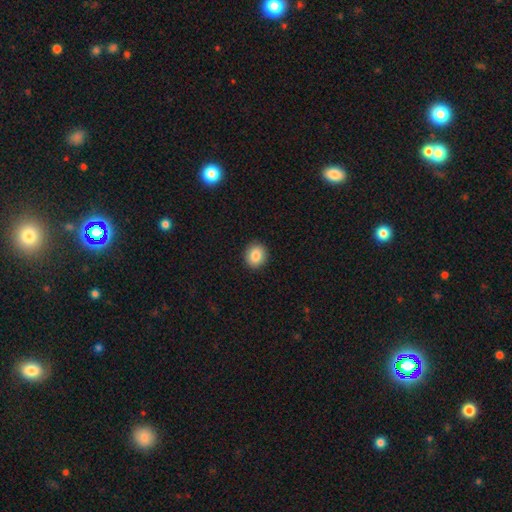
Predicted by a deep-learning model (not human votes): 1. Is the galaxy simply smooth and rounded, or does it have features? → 85% smooth, 9% star or artifact, 6% featured or disk.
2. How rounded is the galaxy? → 81% round, 18% in between, 1% cigar-shaped.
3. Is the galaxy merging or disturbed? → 91% none, 6% minor disturbance, 2% major disturbance, 1% merger.